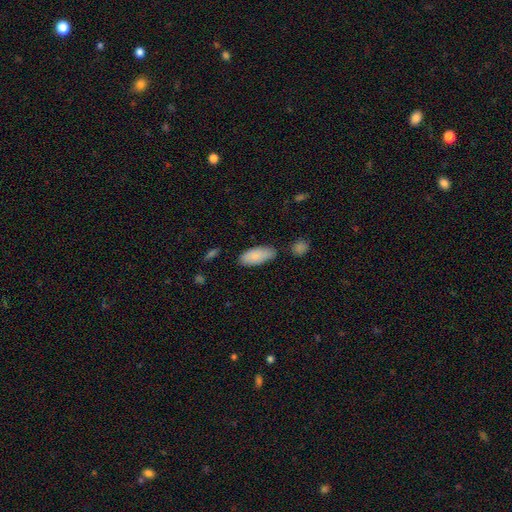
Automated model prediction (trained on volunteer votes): Morphology: type=smooth (86%); roundness=in between (86%); merging=none (73%).